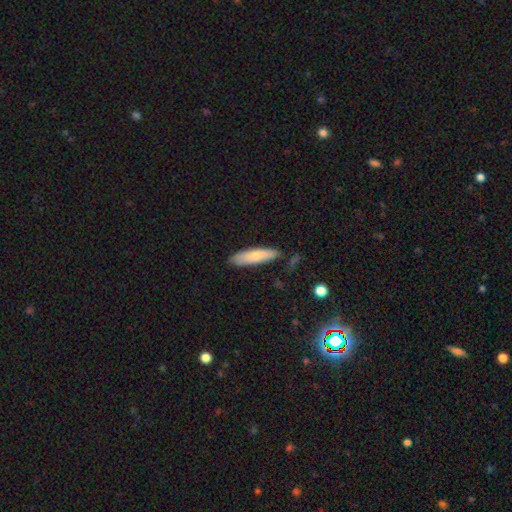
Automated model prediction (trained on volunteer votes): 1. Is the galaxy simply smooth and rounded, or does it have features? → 79% smooth, 15% featured or disk, 6% star or artifact.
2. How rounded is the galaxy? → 71% cigar-shaped, 27% in between, 1% round.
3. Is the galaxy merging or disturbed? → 81% none, 14% minor disturbance, 2% major disturbance, 2% merger.